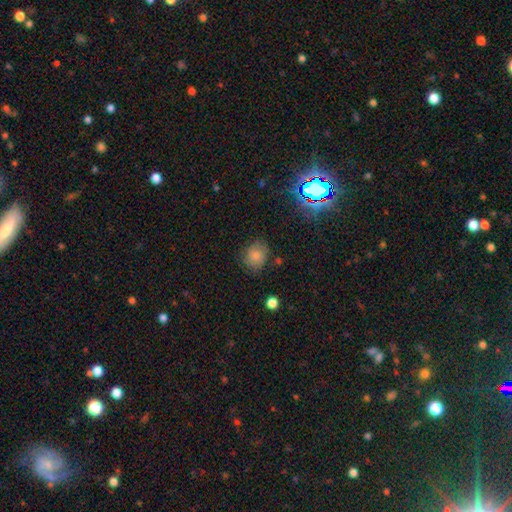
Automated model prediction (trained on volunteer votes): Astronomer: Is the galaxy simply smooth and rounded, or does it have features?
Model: smooth — 75%.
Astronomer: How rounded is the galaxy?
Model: round — 72%.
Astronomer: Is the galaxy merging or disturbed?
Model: none — 74%.